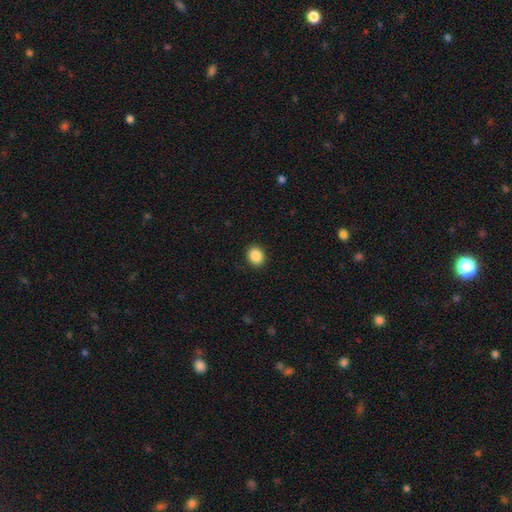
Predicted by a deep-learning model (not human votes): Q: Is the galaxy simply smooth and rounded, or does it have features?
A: smooth — 88%.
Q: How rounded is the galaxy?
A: round — 61%.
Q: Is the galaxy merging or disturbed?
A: none — 91%.